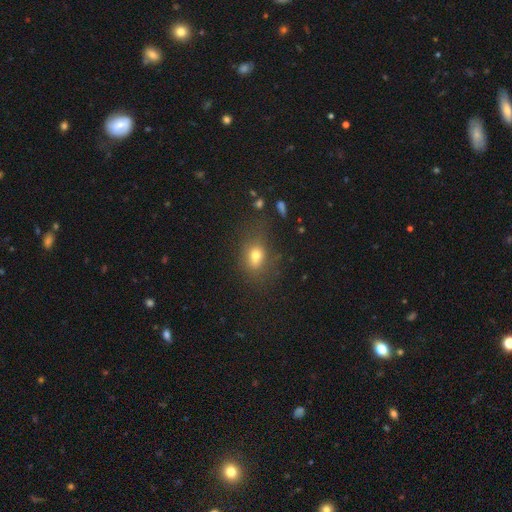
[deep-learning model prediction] smooth 70%, star or artifact 16%, featured or disk 15%. Down the decision tree: how rounded — in between (65%); merging — none (62%).